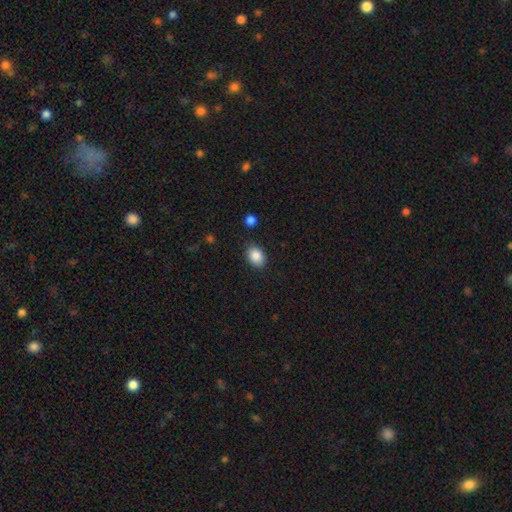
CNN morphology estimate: type=smooth (87%); roundness=in between (75%); merging=none (83%).